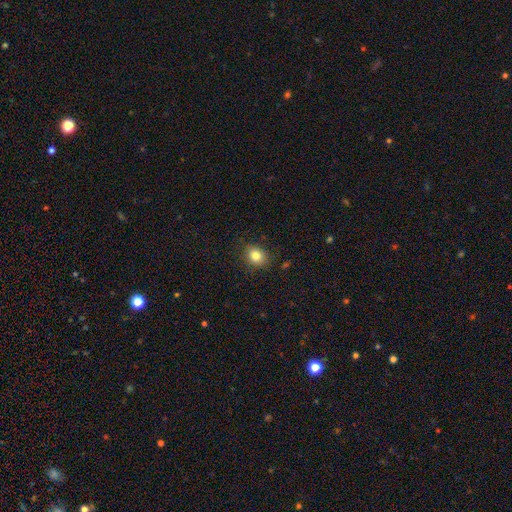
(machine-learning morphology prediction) Smooth or featured?
  - smooth: 83% *
  - star or artifact: 10%
  - featured or disk: 7%
How rounded?
  - round: 57% *
  - in between: 42%
  - cigar-shaped: 1%
Merging?
  - none: 85% *
  - minor disturbance: 11%
  - major disturbance: 3%
  - merger: 1%